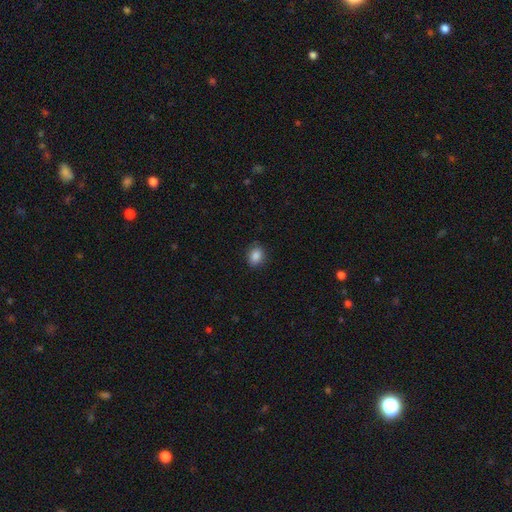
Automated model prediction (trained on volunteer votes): Overall: smooth (86%). How rounded: in between (61%; round 38%). Merging: none (85%).